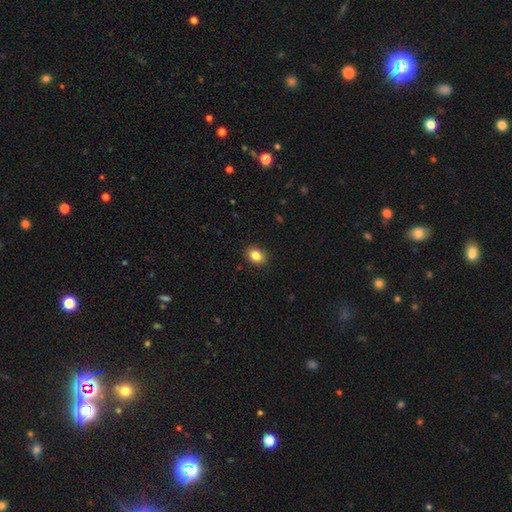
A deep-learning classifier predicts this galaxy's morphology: smooth 85%, star or artifact 9%, featured or disk 6%. Down the decision tree: how rounded — in between (66%); merging — none (89%).